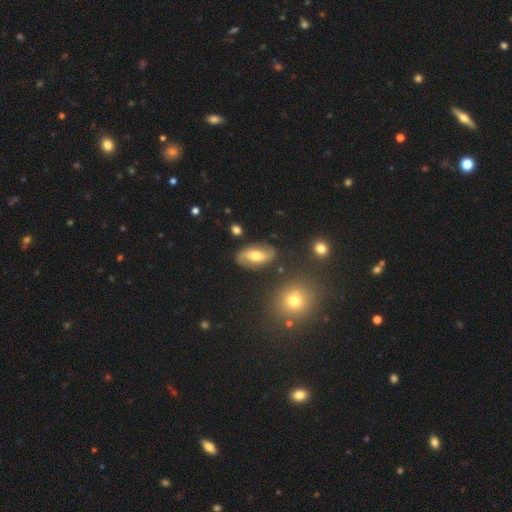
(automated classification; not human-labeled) smooth-or-featured: featured or disk: 62% | smooth: 30% | star or artifact: 7%
  disk-edge-on: no: 93% | yes: 7%
    bar: no: 46% | weak: 36% | strong: 18%
    has-spiral-arms: yes: 82% | no: 18%
    bulge-size: moderate: 72% | small: 19% | large: 7% | none: 1% | dominant: 1%
  merging: none: 80% | minor disturbance: 13% | major disturbance: 4% | merger: 3%